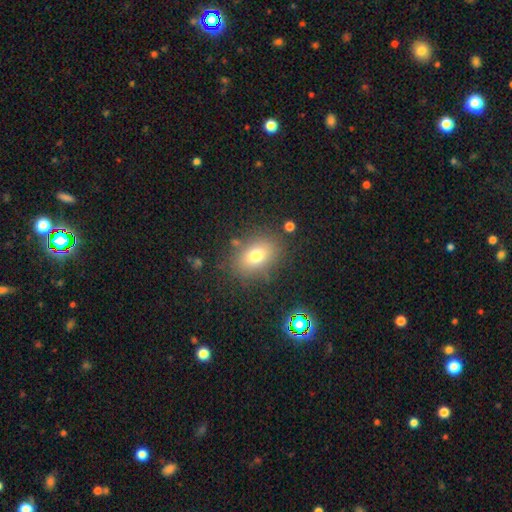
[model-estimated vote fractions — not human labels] Smooth or featured? smooth (73%)
How rounded? in between (71%)
Merging? none (80%)